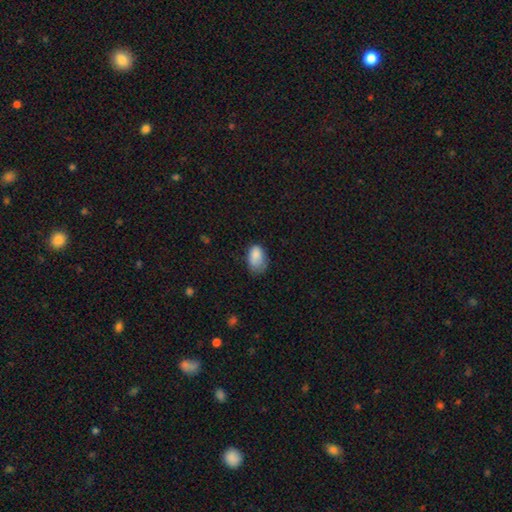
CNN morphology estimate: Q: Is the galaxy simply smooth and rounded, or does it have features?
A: smooth — 84%.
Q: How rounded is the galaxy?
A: in between — 87%.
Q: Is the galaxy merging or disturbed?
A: none — 48%.